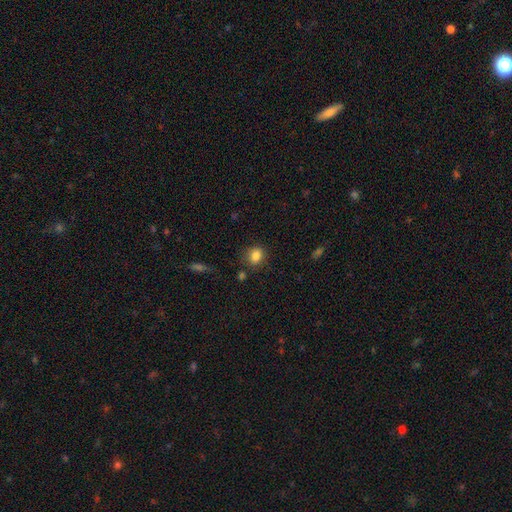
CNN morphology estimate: This appears to be a smooth galaxy with no disk features (84%) that is round (59%). Merging: none (79%).